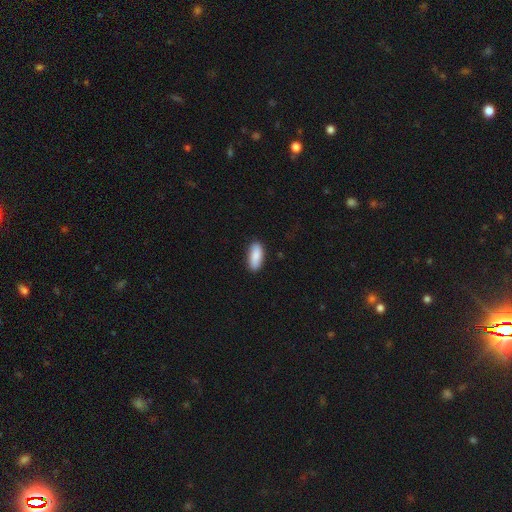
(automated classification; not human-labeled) A smooth galaxy with no disk features (88%) that is in between round and cigar-shaped (81%).

Vote fractions:
- Smooth or featured? smooth: 88% / featured or disk: 6% / star or artifact: 6%
- How rounded? in between: 81% / cigar-shaped: 17% / round: 2%
- Merging? none: 86% / minor disturbance: 11% / major disturbance: 2% / merger: 1%